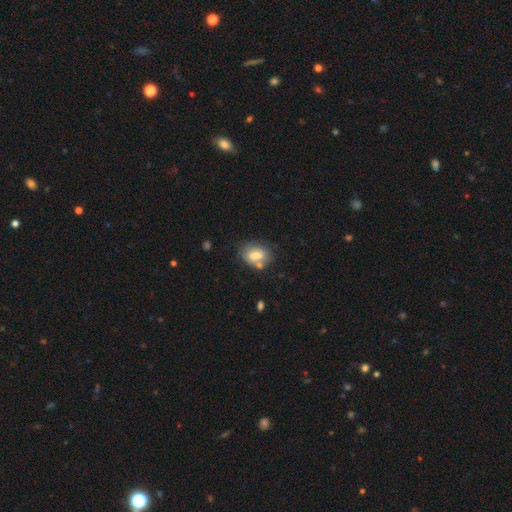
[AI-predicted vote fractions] smooth_or_featured: smooth (p=0.75) [alt: featured or disk p=0.17]
how_rounded: in between (p=0.79) [alt: round p=0.18]
merging: none (p=0.57) [alt: minor disturbance p=0.20]